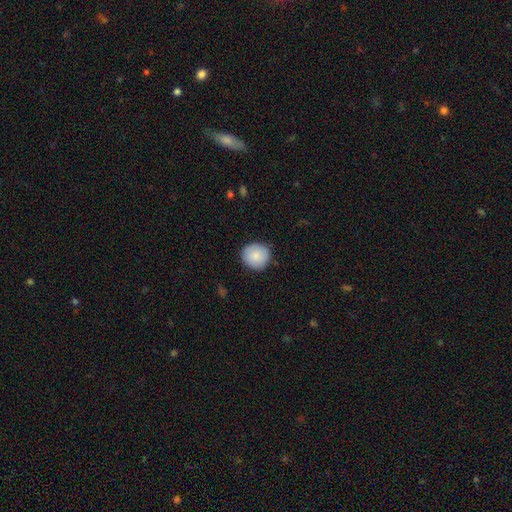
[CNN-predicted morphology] The model was most divided on "merging": none: 87%, minor disturbance: 10%, major disturbance: 2%, merger: 1%. More confident: how rounded — round (91%); smooth or featured — smooth (86%).